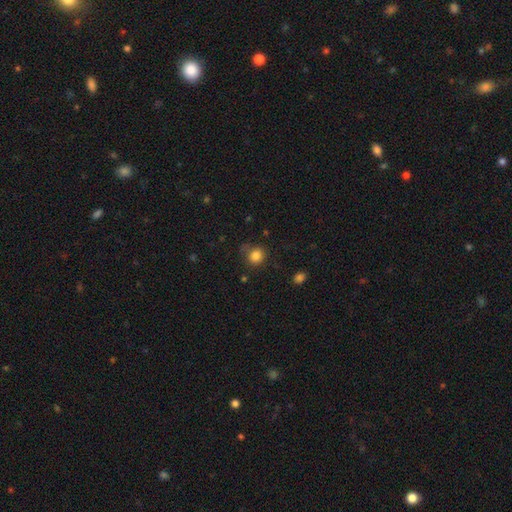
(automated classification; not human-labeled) Smooth or featured? smooth (83%)
How rounded? round (85%)
Merging? none (75%)